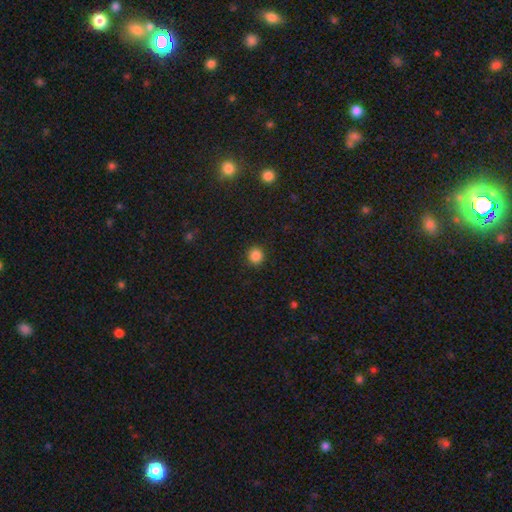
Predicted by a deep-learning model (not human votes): A smooth galaxy with no disk features (86%) that is round (92%).

Vote fractions:
- Smooth or featured? smooth: 86% / star or artifact: 11% / featured or disk: 3%
- How rounded? round: 92% / in between: 7% / cigar-shaped: 1%
- Merging? none: 92% / minor disturbance: 5% / major disturbance: 2% / merger: 1%